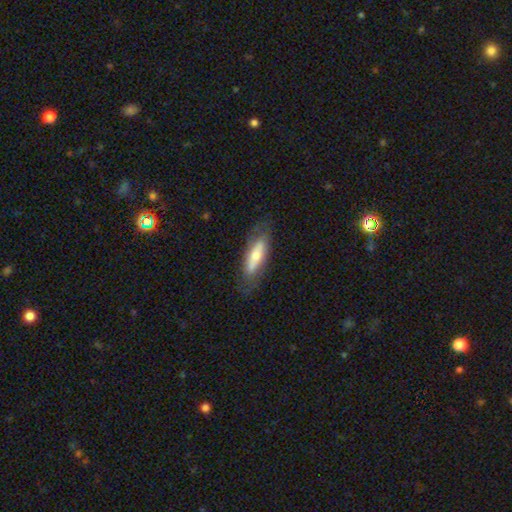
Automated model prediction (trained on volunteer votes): Q: Smooth or featured?
A: smooth (51%); runner-up: featured or disk (43%)
Q: How rounded?
A: in between (52%); runner-up: cigar-shaped (45%)
Q: Merging?
A: none (76%); runner-up: minor disturbance (16%)